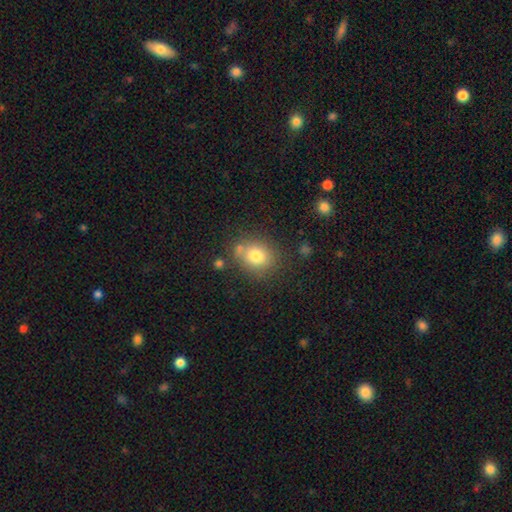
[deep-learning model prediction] This is likely a smooth galaxy (78%). How rounded: likely round (62%). Merging: likely none (70%).